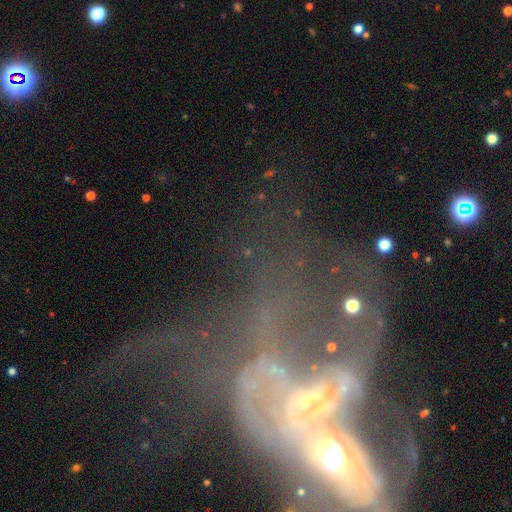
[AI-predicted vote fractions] This appears to be a featured or disk galaxy (62%) with no bar (47%), spiral arms (59%) and a small central bulge (44%). Merging: none (36%).